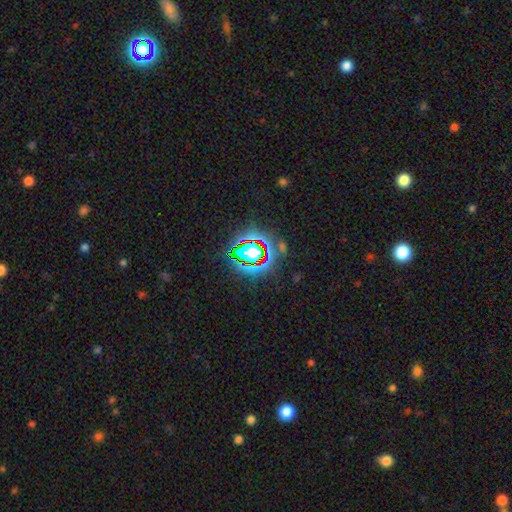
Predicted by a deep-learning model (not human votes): smooth_or_featured: star or artifact (p=0.68) [alt: smooth p=0.20]